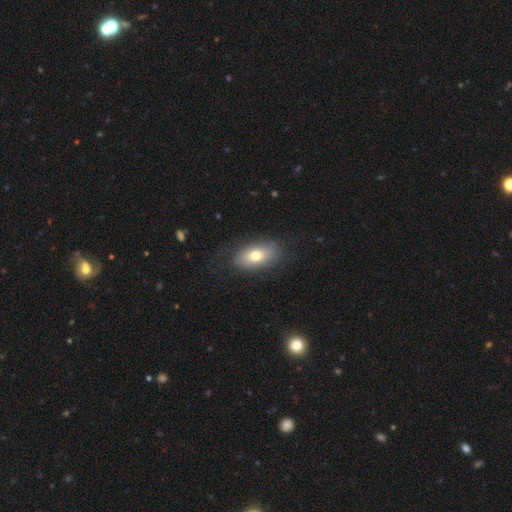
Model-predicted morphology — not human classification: A smooth galaxy with no disk features (70%) that is in between round and cigar-shaped (90%). Merging: none (78%).